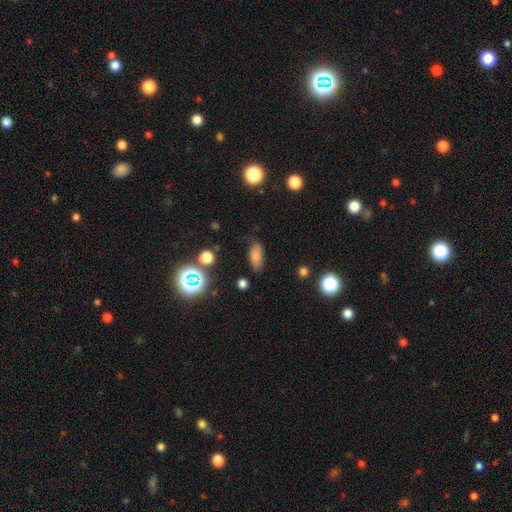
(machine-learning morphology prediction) Smooth or featured? Predicted: smooth (p=0.76). How rounded? Predicted: in between (p=0.85). Merging? Predicted: none (p=0.76).